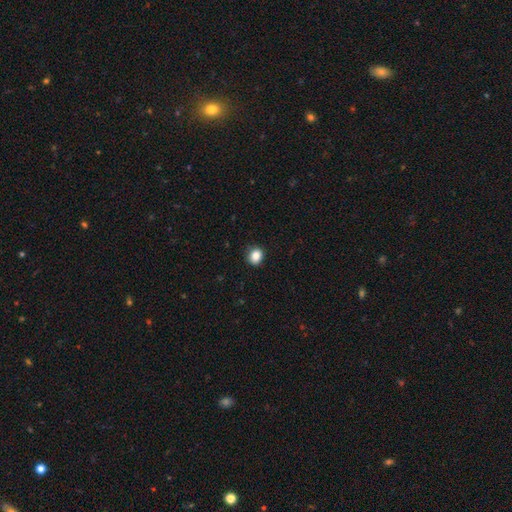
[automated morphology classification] Smooth or featured? smooth (86%)
How rounded? round (64%)
Merging? none (88%)